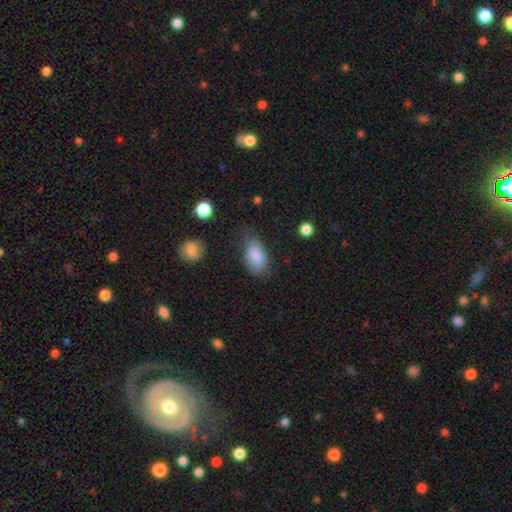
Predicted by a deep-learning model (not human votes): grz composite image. It shows a smooth galaxy with no disk features (85%) that is in between round and cigar-shaped (92%). Merging: none (57%).